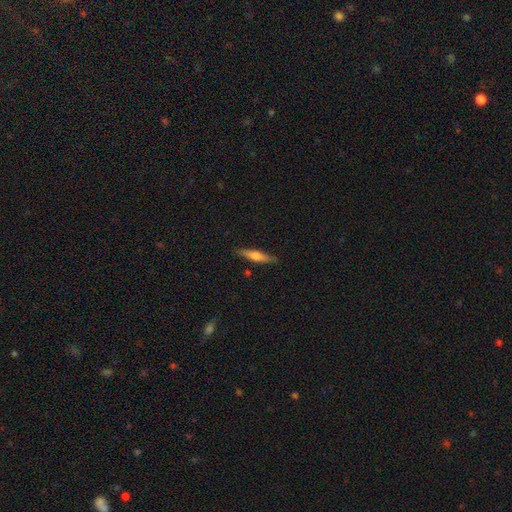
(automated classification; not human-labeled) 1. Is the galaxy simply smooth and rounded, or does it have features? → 48% featured or disk, 46% smooth, 6% star or artifact.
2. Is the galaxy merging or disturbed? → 87% none, 9% minor disturbance, 2% major disturbance, 1% merger.